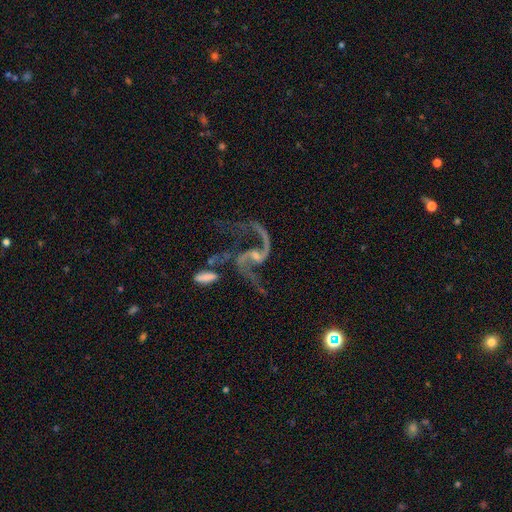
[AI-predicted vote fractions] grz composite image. It shows a featured or disk galaxy (89%) with no bar (42%), 2 (89%) loose (80%) spiral arms (95%) and a small central bulge (58%). Merging: none (38%).